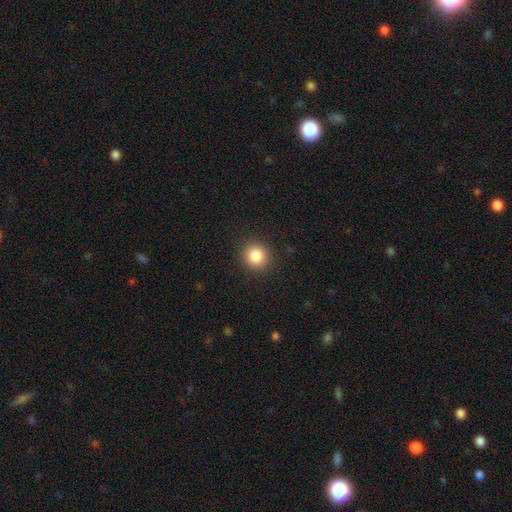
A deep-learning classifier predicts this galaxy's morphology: smooth_or_featured: smooth (p=0.85) [alt: star or artifact p=0.10]
how_rounded: round (p=0.89) [alt: in between p=0.10]
merging: none (p=0.90) [alt: minor disturbance p=0.06]